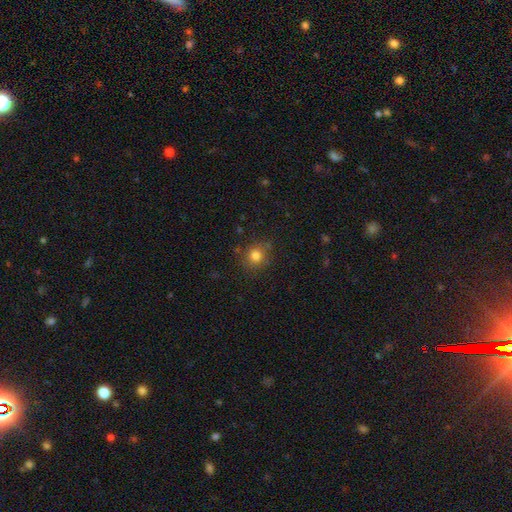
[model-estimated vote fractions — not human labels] This appears to be a smooth galaxy with no disk features (81%) that is round (88%). Merging: none (82%).